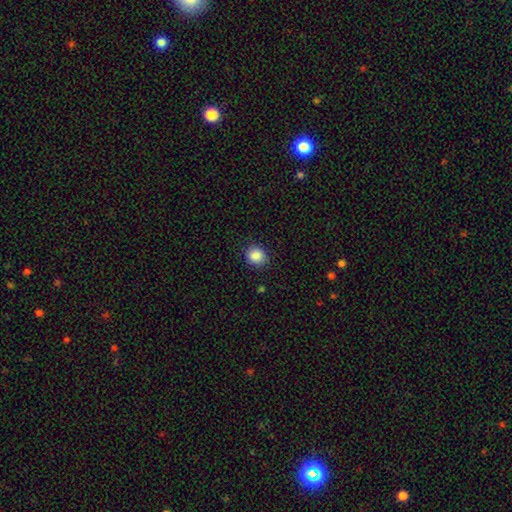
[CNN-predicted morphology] Q: Smooth or featured?
A: smooth (88%); runner-up: star or artifact (9%)
Q: How rounded?
A: round (80%); runner-up: in between (19%)
Q: Merging?
A: none (87%); runner-up: minor disturbance (9%)